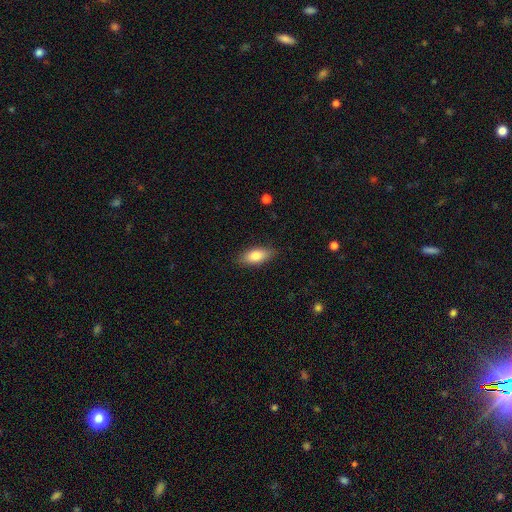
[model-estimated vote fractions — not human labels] Smooth or featured?
  - smooth: 80% *
  - featured or disk: 14%
  - star or artifact: 7%
How rounded?
  - in between: 83% *
  - cigar-shaped: 14%
  - round: 3%
Merging?
  - none: 85% *
  - minor disturbance: 11%
  - major disturbance: 3%
  - merger: 1%